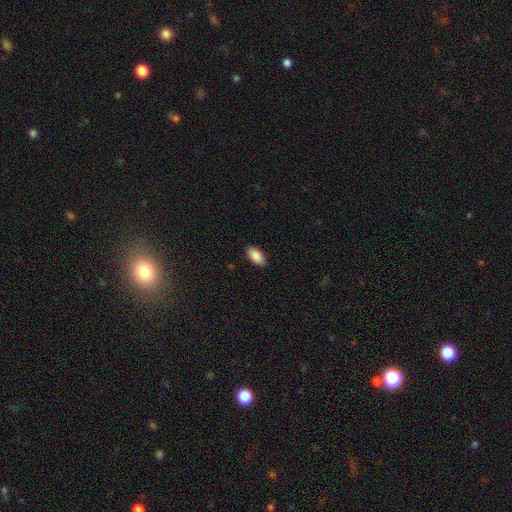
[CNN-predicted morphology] smooth_or_featured: smooth (p=0.89) [alt: star or artifact p=0.06]
how_rounded: in between (p=0.94) [alt: cigar-shaped p=0.04]
merging: none (p=0.89) [alt: minor disturbance p=0.09]